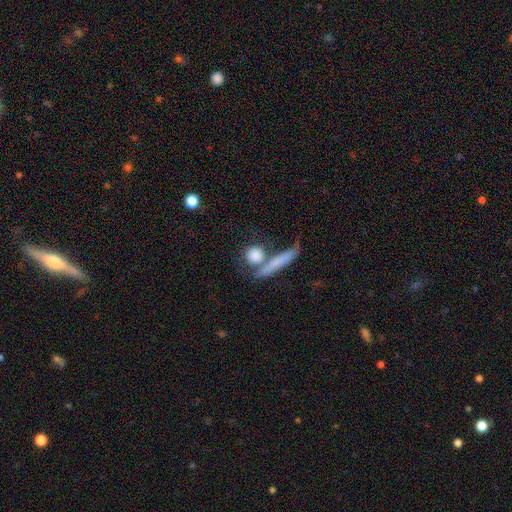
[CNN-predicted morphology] This appears to be a smooth galaxy with no disk features (75%) that is round (61%). Merging: none (54%).